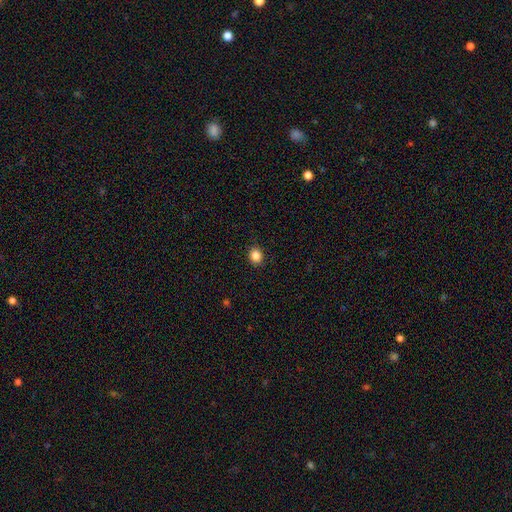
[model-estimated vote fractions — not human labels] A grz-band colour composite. It shows a smooth galaxy with no disk features (85%) that is round (66%). Merging: none (90%).